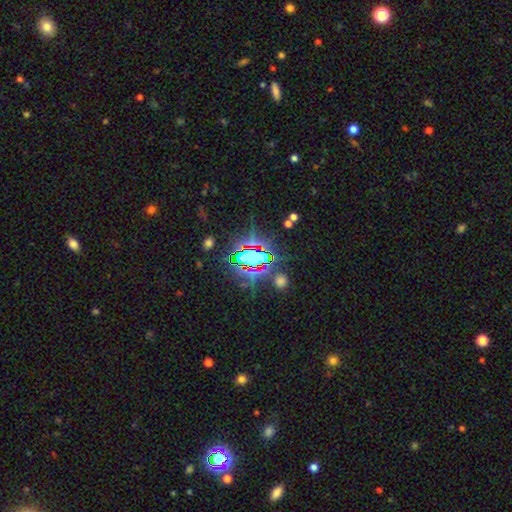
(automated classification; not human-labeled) Overall: star or artifact (73%).